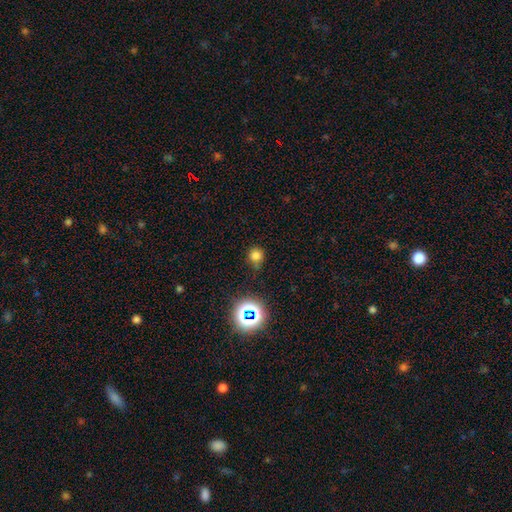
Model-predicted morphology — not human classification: smooth 73%, star or artifact 21%, featured or disk 6%. Down the decision tree: how rounded — round (87%); merging — none (67%).